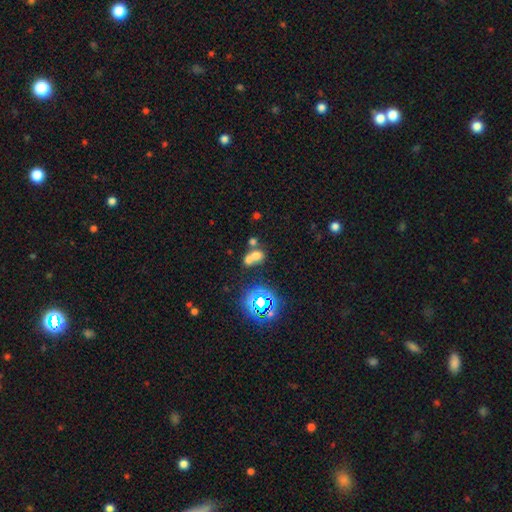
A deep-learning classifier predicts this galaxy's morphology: Smooth or featured? Predicted: smooth (p=0.57). How rounded? Predicted: round (p=0.56). Merging? Predicted: merger (p=0.62).